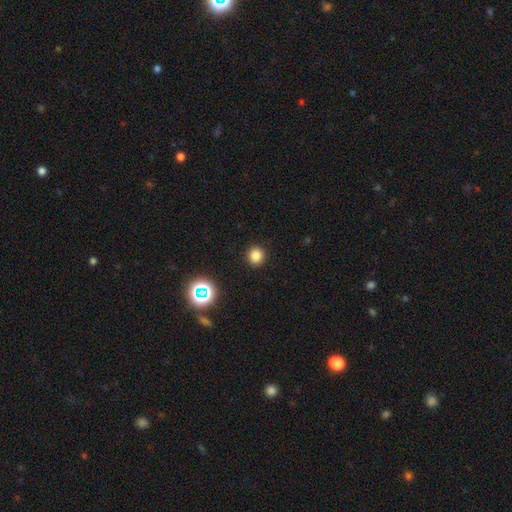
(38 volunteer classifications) This is clearly a smooth galaxy (87%). How rounded: clearly round (88%). Merging: clearly none (97%).